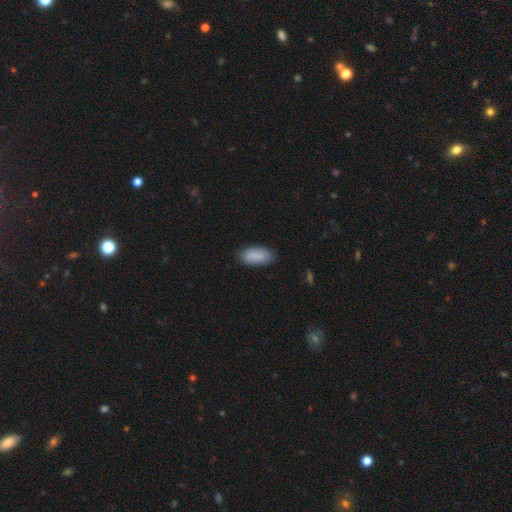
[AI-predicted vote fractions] Smooth or featured: smooth — 81% (featured or disk — 13%)
How rounded: in between — 91% (cigar-shaped — 7%)
Merging: none — 81% (minor disturbance — 15%)